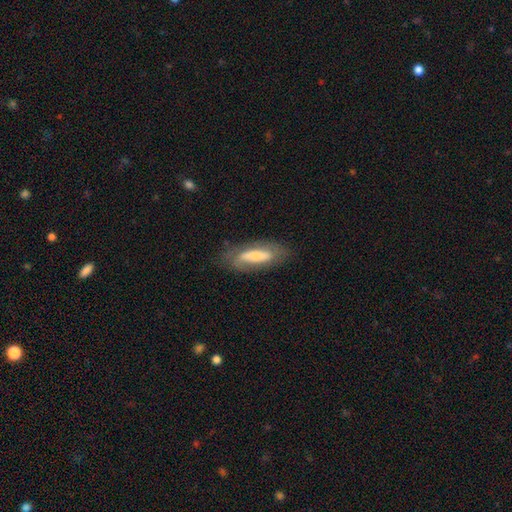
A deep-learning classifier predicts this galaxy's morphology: A smooth galaxy with no disk features (50%).

Vote fractions:
- Smooth or featured? smooth: 50% / featured or disk: 44% / star or artifact: 7%
- Merging? none: 69% / minor disturbance: 20% / major disturbance: 9% / merger: 2%